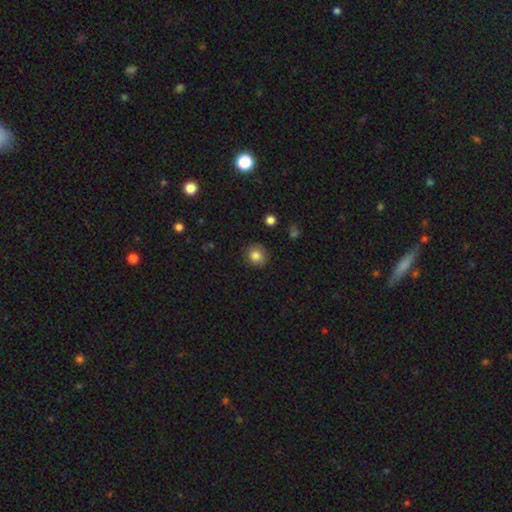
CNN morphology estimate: This is clearly a smooth galaxy (84%). How rounded: clearly round (81%). Merging: clearly none (85%).